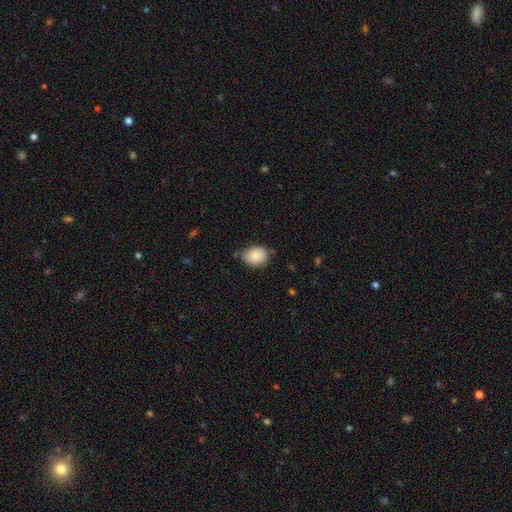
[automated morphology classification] smooth_or_featured: smooth (p=0.84) [alt: featured or disk p=0.08]
how_rounded: in between (p=0.52) [alt: round p=0.47]
merging: none (p=0.69) [alt: minor disturbance p=0.24]